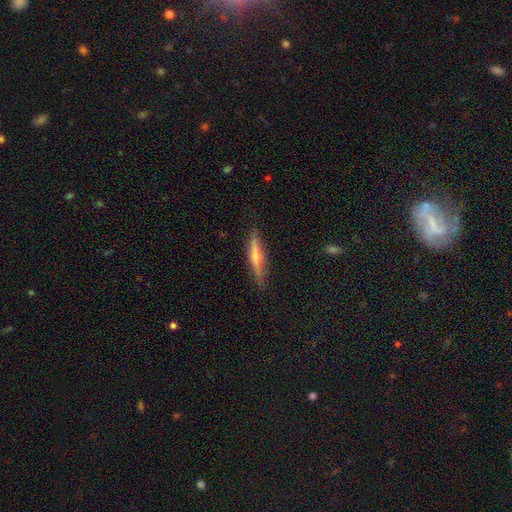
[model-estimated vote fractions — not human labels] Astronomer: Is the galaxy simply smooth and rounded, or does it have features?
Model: featured or disk — 57% (runner-up: smooth, 36%).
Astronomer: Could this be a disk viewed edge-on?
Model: yes — 95%.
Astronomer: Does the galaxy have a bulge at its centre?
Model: rounded — 78%.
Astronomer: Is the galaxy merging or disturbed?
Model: none — 87%.